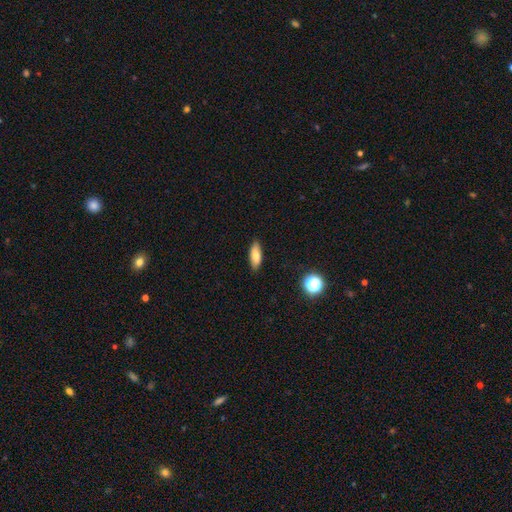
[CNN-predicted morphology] A smooth galaxy with no disk features (79%) that is in between round and cigar-shaped (68%).

Vote fractions:
- Smooth or featured? smooth: 79% / featured or disk: 13% / star or artifact: 8%
- How rounded? in between: 68% / cigar-shaped: 30% / round: 3%
- Merging? none: 86% / minor disturbance: 11% / major disturbance: 2% / merger: 1%